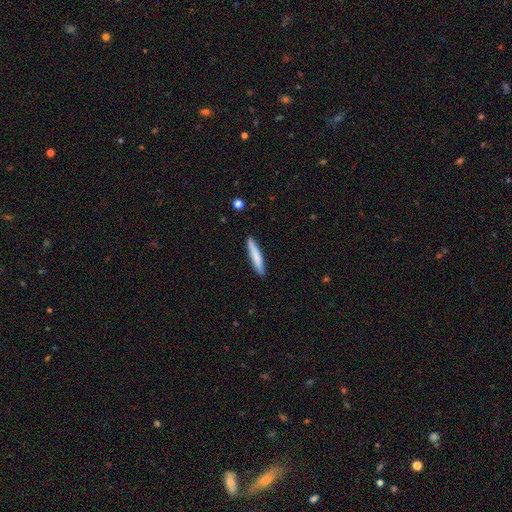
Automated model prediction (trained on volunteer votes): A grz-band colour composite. It shows a smooth galaxy with no disk features (77%) that is cigar-shaped (93%). Merging: none (88%).